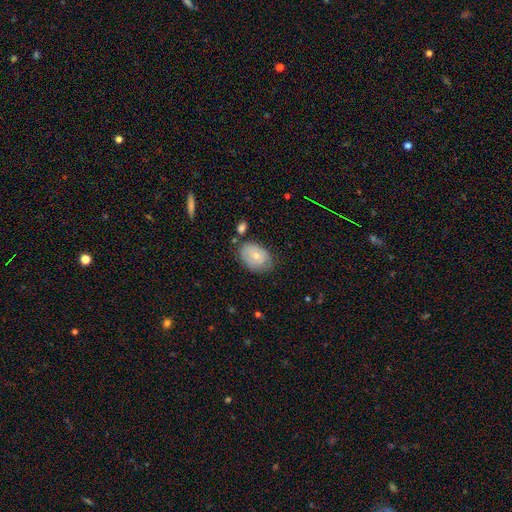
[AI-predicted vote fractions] Overall: smooth (66%; featured or disk 27%). How rounded: in between (78%). Merging: none (64%; minor disturbance 25%).